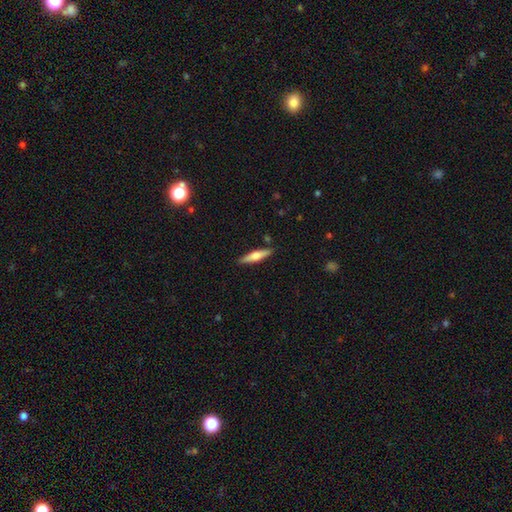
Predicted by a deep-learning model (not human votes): This appears to be a featured or disk galaxy (47%, tied with smooth). Merging: none (88%).